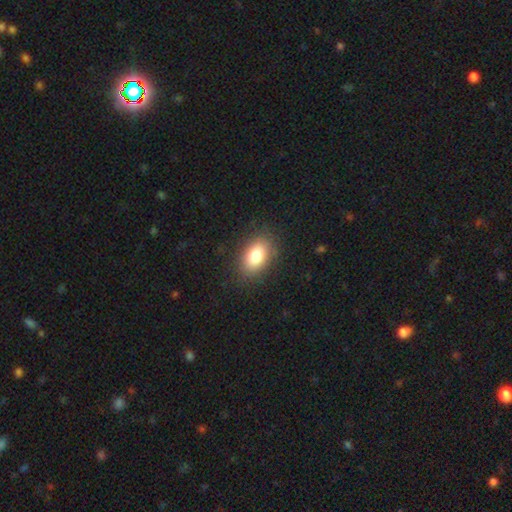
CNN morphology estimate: smooth_or_featured: smooth (p=0.83) [alt: featured or disk p=0.09]
how_rounded: in between (p=0.88) [alt: round p=0.10]
merging: none (p=0.85) [alt: minor disturbance p=0.10]